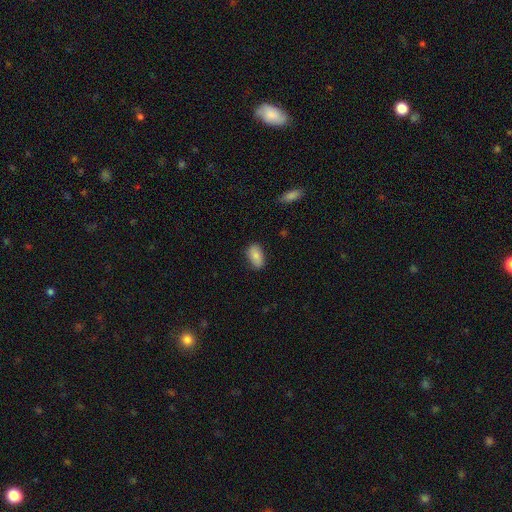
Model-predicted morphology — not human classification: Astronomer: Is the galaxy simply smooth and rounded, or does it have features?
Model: smooth — 84%.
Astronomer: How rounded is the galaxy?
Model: in between — 93%.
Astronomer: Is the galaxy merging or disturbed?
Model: none — 81%.